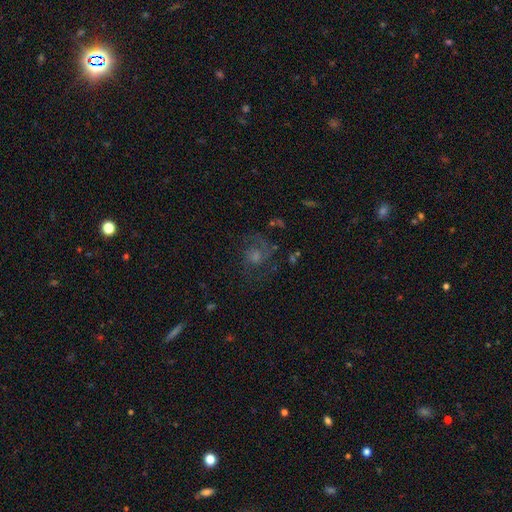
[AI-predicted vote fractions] The model was most divided on "bulge size": moderate: 42%, small: 27%, none: 16%, large: 13%, dominant: 2%. More confident: edge-on disk — no (97%); spiral arms — yes (78%); bar — no (74%); merging — none (59%); smooth or featured — featured or disk (55%).